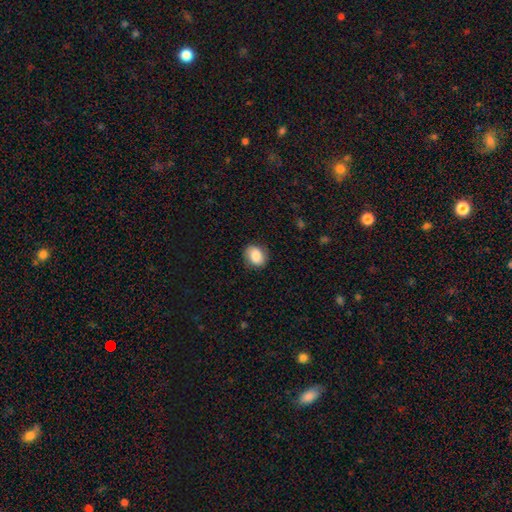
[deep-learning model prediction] Smooth or featured: smooth — 79% (featured or disk — 13%)
How rounded: round — 52% (in between — 47%)
Merging: none — 81% (minor disturbance — 14%)